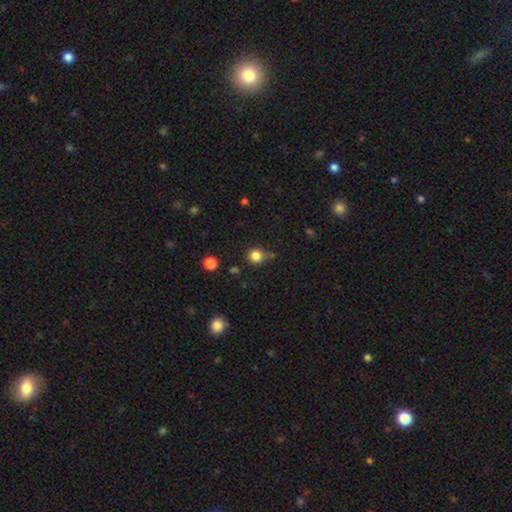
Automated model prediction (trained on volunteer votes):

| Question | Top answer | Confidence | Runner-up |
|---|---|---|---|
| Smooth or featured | smooth | 82% | star or artifact (12%) |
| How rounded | round | 90% | in between (9%) |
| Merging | none | 69% | minor disturbance (19%) |